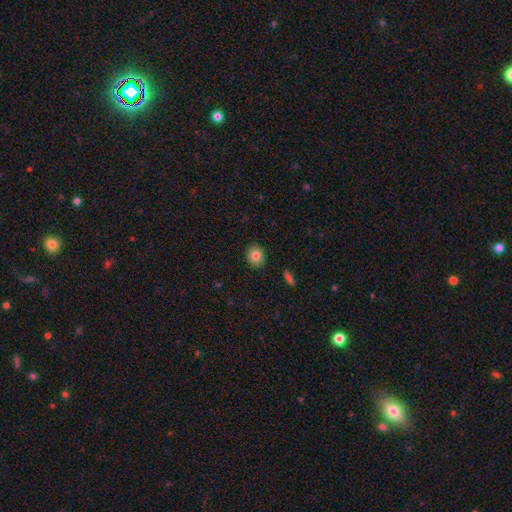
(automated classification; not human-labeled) smooth_or_featured: smooth (p=0.83) [alt: star or artifact p=0.09]
how_rounded: round (p=0.67) [alt: in between p=0.32]
merging: none (p=0.89) [alt: minor disturbance p=0.08]